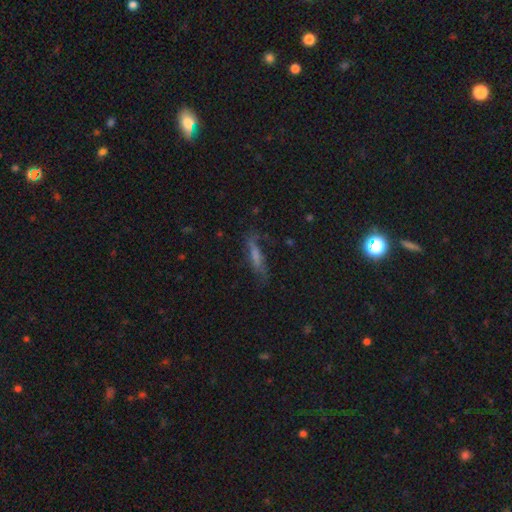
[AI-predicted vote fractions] This is possibly a smooth galaxy (45%). Merging: likely none (63%).